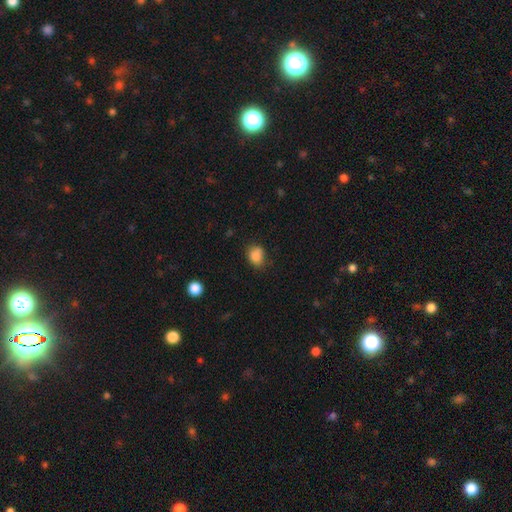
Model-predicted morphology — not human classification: type=smooth (84%); roundness=round (51%); merging=none (67%).